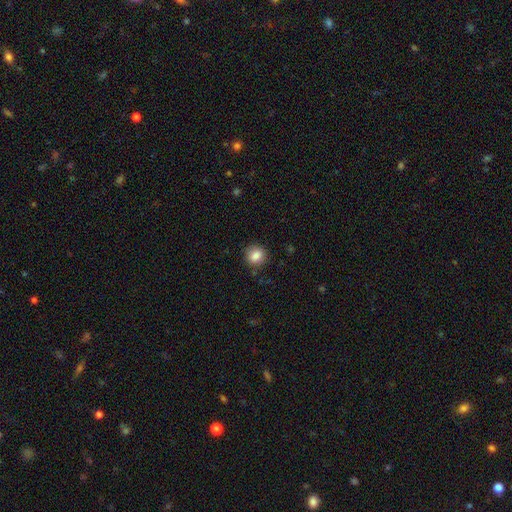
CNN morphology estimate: Smooth or featured: smooth — 85% (star or artifact — 10%)
How rounded: round — 84% (in between — 15%)
Merging: none — 87% (minor disturbance — 9%)